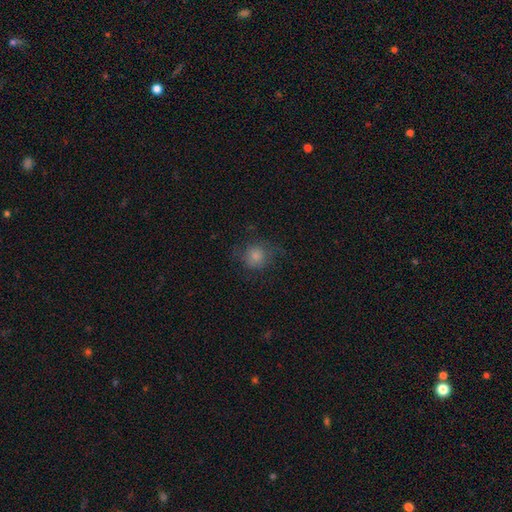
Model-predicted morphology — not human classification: Smooth or featured: smooth — 67% (star or artifact — 17%)
How rounded: round — 87% (in between — 12%)
Merging: none — 72% (minor disturbance — 17%)